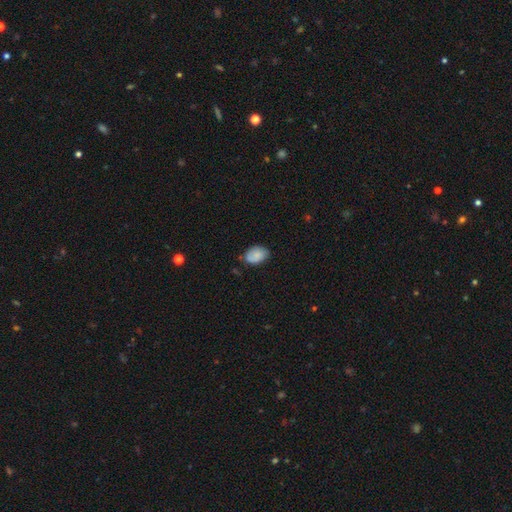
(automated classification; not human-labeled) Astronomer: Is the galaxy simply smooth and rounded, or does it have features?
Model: smooth — 78%.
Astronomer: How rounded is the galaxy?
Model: in between — 85%.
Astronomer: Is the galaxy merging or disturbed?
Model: none — 69%.